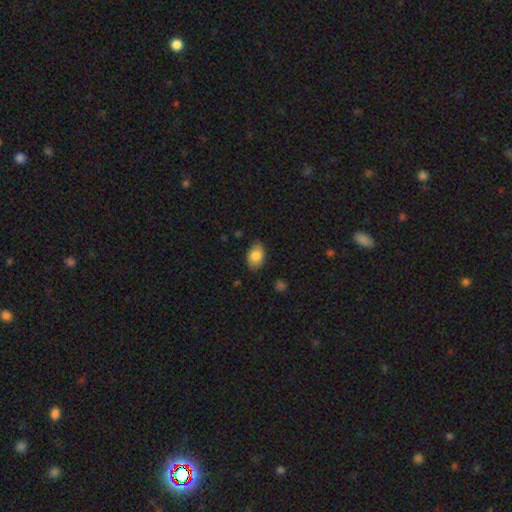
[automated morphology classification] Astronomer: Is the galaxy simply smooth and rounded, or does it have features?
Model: smooth — 81%.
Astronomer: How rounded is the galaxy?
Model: in between — 83%.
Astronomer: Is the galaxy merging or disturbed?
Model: none — 81%.